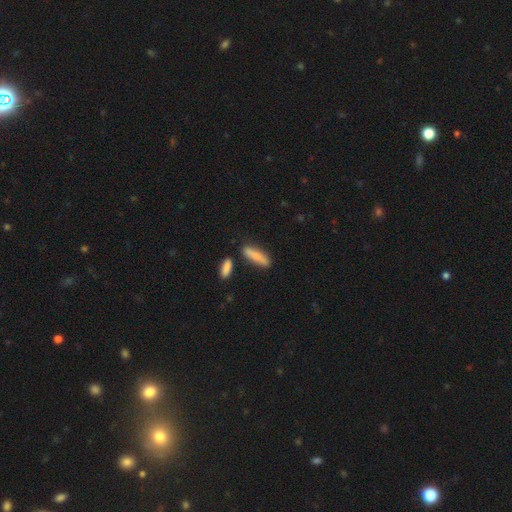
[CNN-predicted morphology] A smooth galaxy with no disk features (81%) that is cigar-shaped (73%). Merging: none (76%).